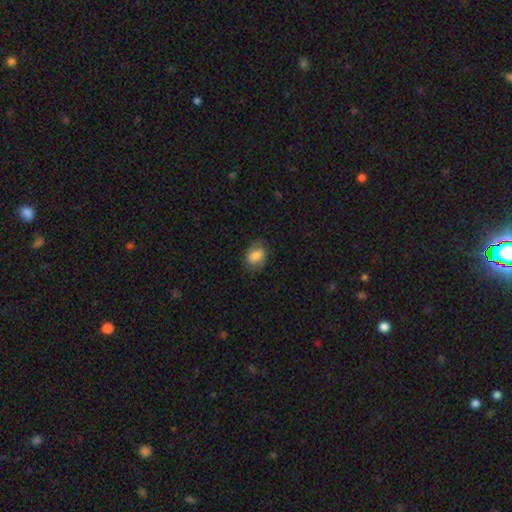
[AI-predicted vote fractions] Smooth or featured: smooth — 77% (featured or disk — 15%)
How rounded: in between — 66% (round — 32%)
Merging: none — 73% (minor disturbance — 19%)